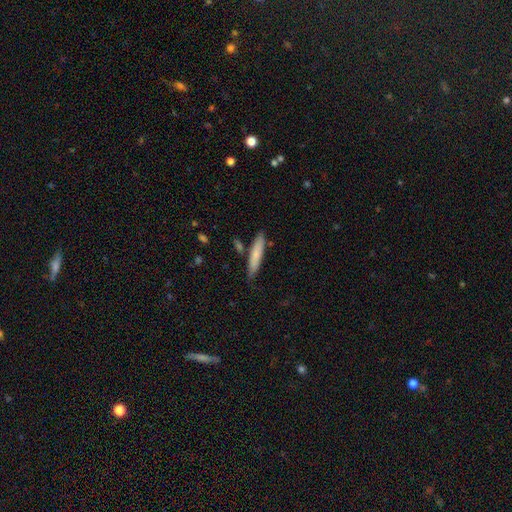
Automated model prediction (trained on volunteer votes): Smooth or featured: smooth — 74% (featured or disk — 21%)
How rounded: cigar-shaped — 85% (in between — 13%)
Merging: none — 77% (minor disturbance — 15%)